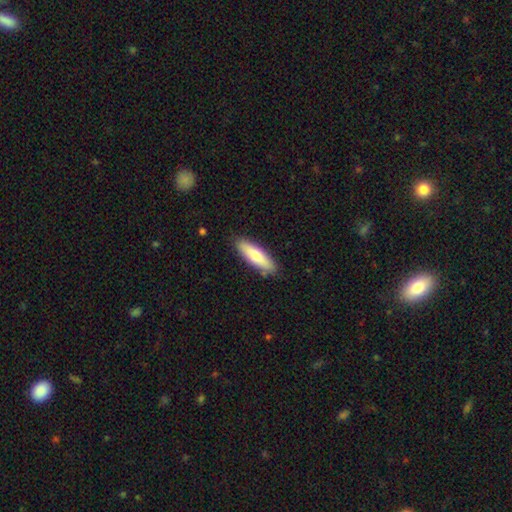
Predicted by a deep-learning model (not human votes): This is likely a smooth galaxy (72%). How rounded: possibly cigar-shaped (53%). Merging: clearly none (85%).